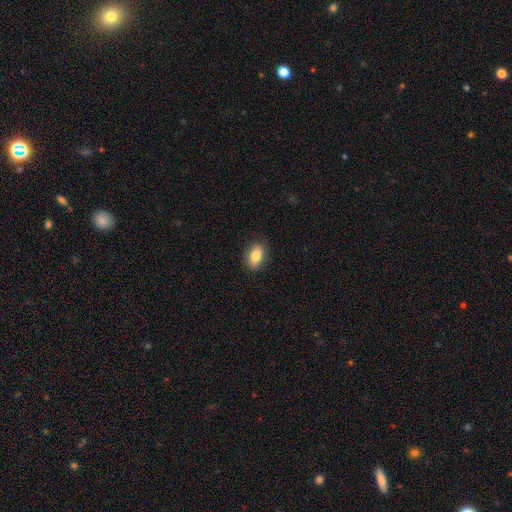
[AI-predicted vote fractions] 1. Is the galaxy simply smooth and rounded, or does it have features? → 83% smooth, 10% featured or disk, 8% star or artifact.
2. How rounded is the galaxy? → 88% in between, 9% round, 3% cigar-shaped.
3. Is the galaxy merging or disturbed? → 88% none, 9% minor disturbance, 2% major disturbance, 1% merger.